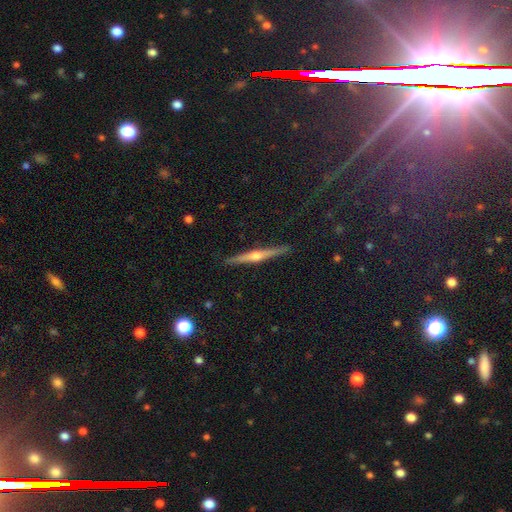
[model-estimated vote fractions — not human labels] This is likely a featured or disk galaxy (77%). It is clearly viewed edge-on (98%). Edge-on bulge: clearly rounded (90%). Merging: clearly none (91%).